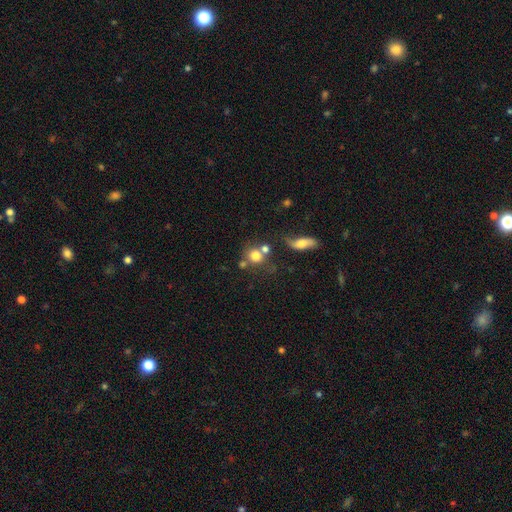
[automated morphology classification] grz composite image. It shows a smooth galaxy with no disk features (74%) that is round (82%). Merging: none (51%).